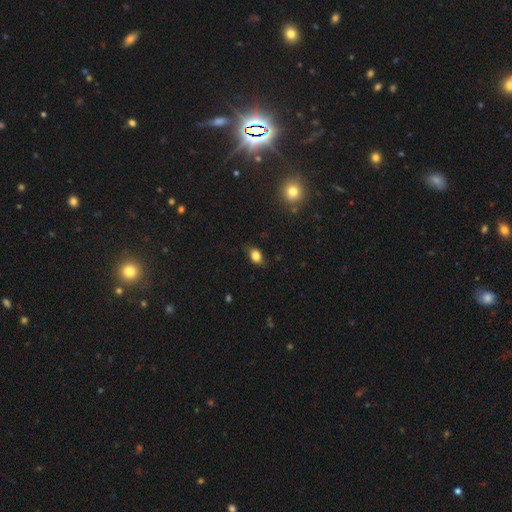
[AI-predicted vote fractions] Smooth or featured: smooth — 80% (star or artifact — 10%)
How rounded: in between — 72% (round — 25%)
Merging: none — 71% (minor disturbance — 22%)